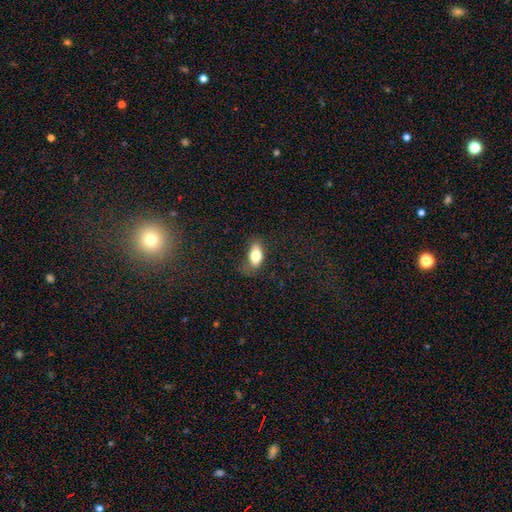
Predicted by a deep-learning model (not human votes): Morphology: type=smooth (79%); roundness=in between (89%); merging=none (61%).